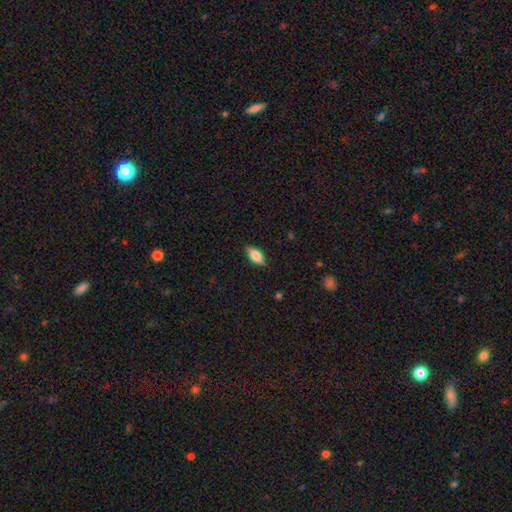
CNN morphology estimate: Smooth or featured: smooth — 71% (featured or disk — 21%)
How rounded: in between — 84% (cigar-shaped — 13%)
Merging: none — 84% (minor disturbance — 13%)